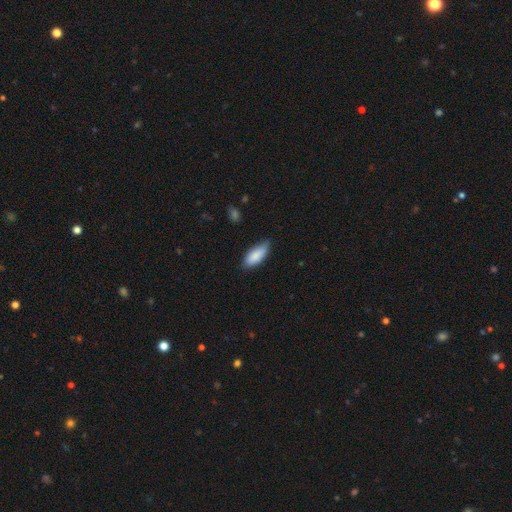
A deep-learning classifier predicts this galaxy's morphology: Overall: smooth (86%). How rounded: in between (81%). Merging: none (74%).